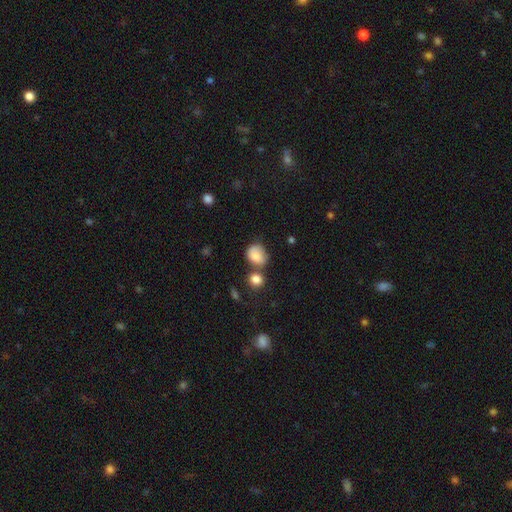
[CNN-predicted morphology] Smooth or featured: smooth — 79% (featured or disk — 12%)
How rounded: round — 58% (in between — 41%)
Merging: none — 47% (merger — 23%)